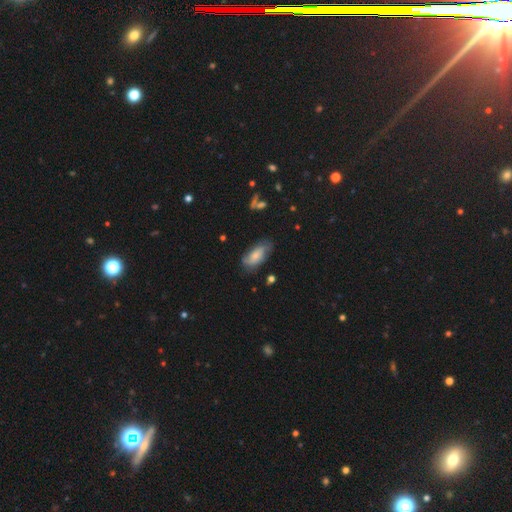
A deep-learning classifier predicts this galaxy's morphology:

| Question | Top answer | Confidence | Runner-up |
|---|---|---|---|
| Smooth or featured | smooth | 58% | featured or disk (34%) |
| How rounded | in between | 85% | cigar-shaped (12%) |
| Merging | none | 64% | minor disturbance (26%) |